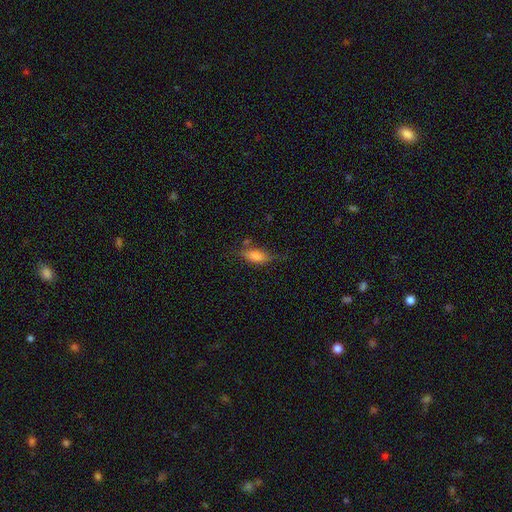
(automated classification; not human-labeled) Q: Smooth or featured?
A: smooth (74%); runner-up: featured or disk (17%)
Q: How rounded?
A: in between (79%); runner-up: cigar-shaped (17%)
Q: Merging?
A: none (53%); runner-up: minor disturbance (29%)